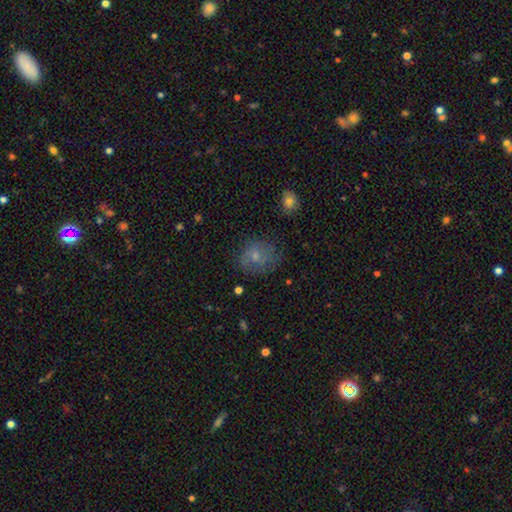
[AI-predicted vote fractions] Smooth or featured? smooth (62%)
How rounded? round (61%)
Merging? none (65%)